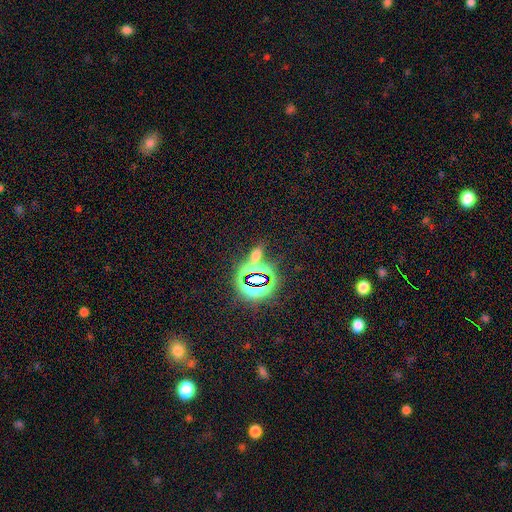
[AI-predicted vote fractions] Q: Smooth or featured?
A: star or artifact (53%); runner-up: smooth (37%)